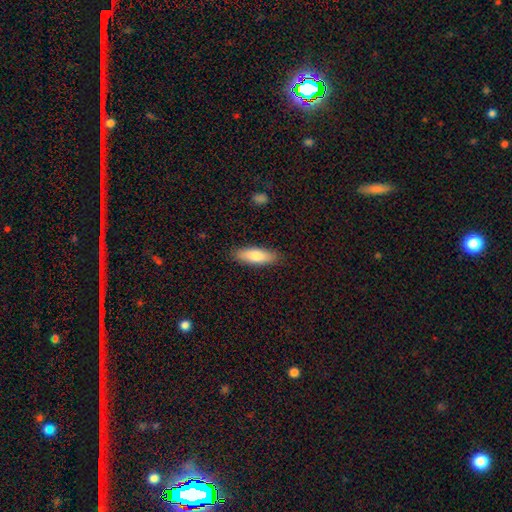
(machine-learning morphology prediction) This appears to be a smooth galaxy with no disk features (79%) that is in between round and cigar-shaped (57%). Merging: none (88%).